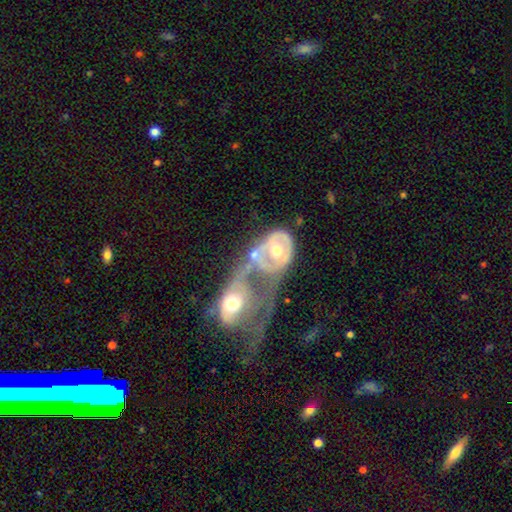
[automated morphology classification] Smooth or featured?
  - featured or disk: 67% *
  - smooth: 26%
  - star or artifact: 7%
Edge-on disk?
  - no: 95% *
  - yes: 5%
Bar?
  - no: 77% *
  - weak: 17%
  - strong: 6%
Spiral arms?
  - yes: 50% * (tied)
  - no: 50% * (tied)
Bulge size?
  - moderate: 70% *
  - small: 19%
  - large: 7%
  - none: 2%
  - dominant: 1%
Merging?
  - merger: 74% *
  - major disturbance: 11%
  - none: 9%
  - minor disturbance: 5%